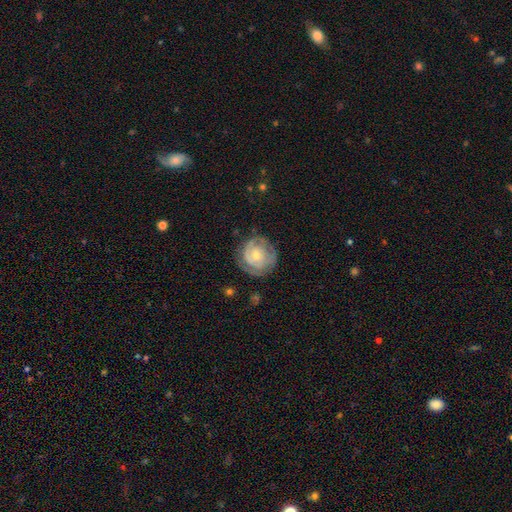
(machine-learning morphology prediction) smooth-or-featured: featured or disk: 67% | smooth: 27% | star or artifact: 6%
  disk-edge-on: no: 98% | yes: 2%
    bar: no: 75% | weak: 21% | strong: 4%
    has-spiral-arms: yes: 82% | no: 18%
      spiral-winding: tight: 66% | medium: 25% | loose: 9%
      spiral-arm-count: can't tell: 39% | 2: 32% | 3: 14% | 1: 7% | 4: 4% | more than 4: 4%
    bulge-size: small: 57% | moderate: 37% | large: 3% | none: 3% | dominant: 1%
  merging: none: 71% | minor disturbance: 19% | major disturbance: 9% | merger: 1%